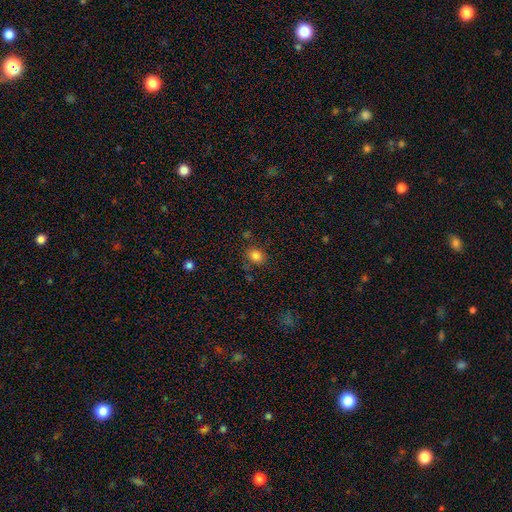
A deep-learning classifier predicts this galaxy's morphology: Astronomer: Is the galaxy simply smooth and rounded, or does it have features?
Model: smooth — 83%.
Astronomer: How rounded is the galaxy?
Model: round — 63%.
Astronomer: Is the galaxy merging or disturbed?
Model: none — 78%.